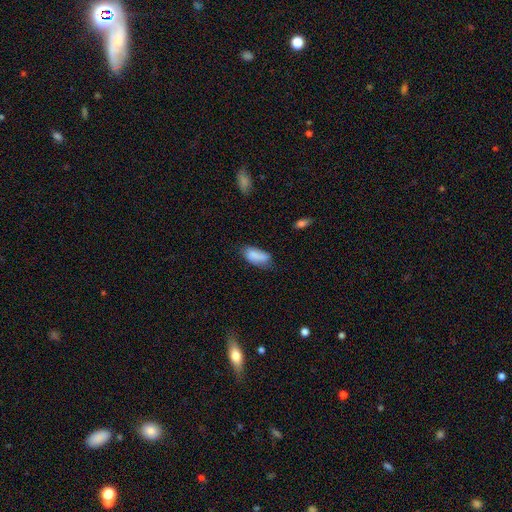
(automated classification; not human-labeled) This appears to be a smooth galaxy with no disk features (85%) that is in between round and cigar-shaped (88%). Merging: none (59%).